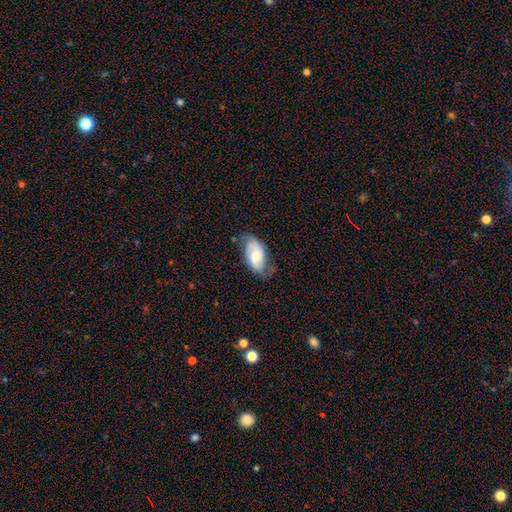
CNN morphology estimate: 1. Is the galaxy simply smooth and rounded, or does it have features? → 47% featured or disk, 46% smooth, 7% star or artifact.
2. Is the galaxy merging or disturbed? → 62% none, 28% minor disturbance, 8% major disturbance, 1% merger.